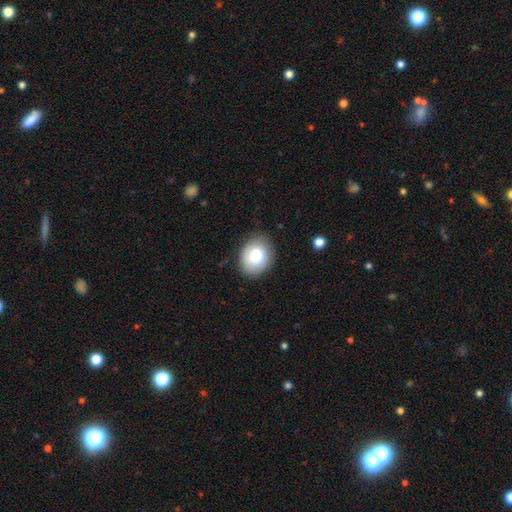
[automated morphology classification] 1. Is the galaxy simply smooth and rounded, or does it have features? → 80% smooth, 12% featured or disk, 8% star or artifact.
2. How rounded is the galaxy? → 58% in between, 41% round, 1% cigar-shaped.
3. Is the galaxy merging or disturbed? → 83% none, 13% minor disturbance, 3% major disturbance, 1% merger.